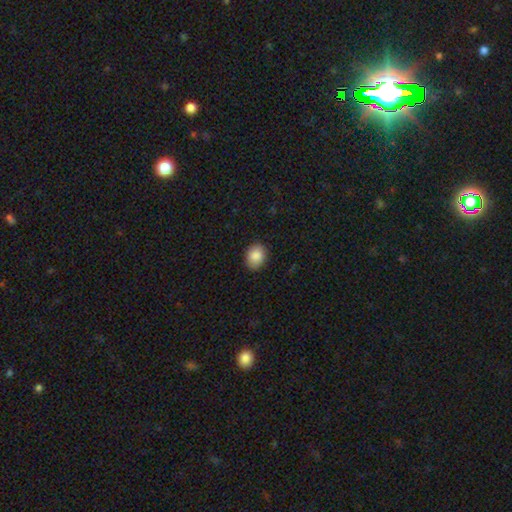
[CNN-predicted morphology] This appears to be a smooth galaxy with no disk features (87%) that is in between round and cigar-shaped (52%). Merging: none (87%).